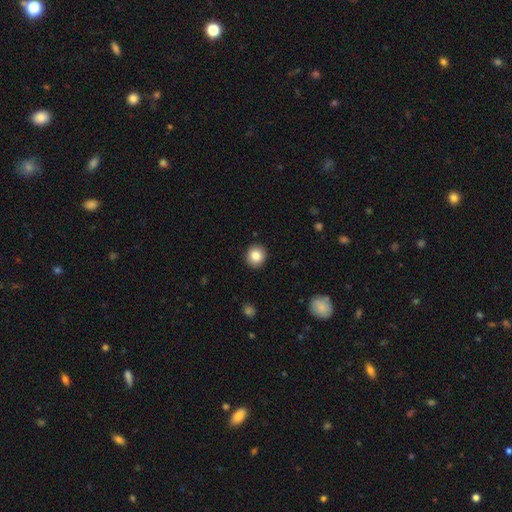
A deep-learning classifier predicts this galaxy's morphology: The model was most divided on "smooth or featured": smooth: 84%, star or artifact: 9%, featured or disk: 7%. More confident: merging — none (92%); how rounded — round (89%).